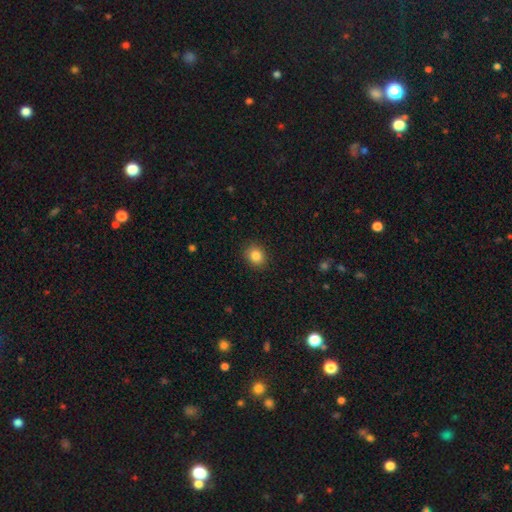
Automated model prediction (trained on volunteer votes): The model was most divided on "how rounded": round: 72%, in between: 27%, cigar-shaped: 1%. More confident: merging — none (89%); smooth or featured — smooth (85%).